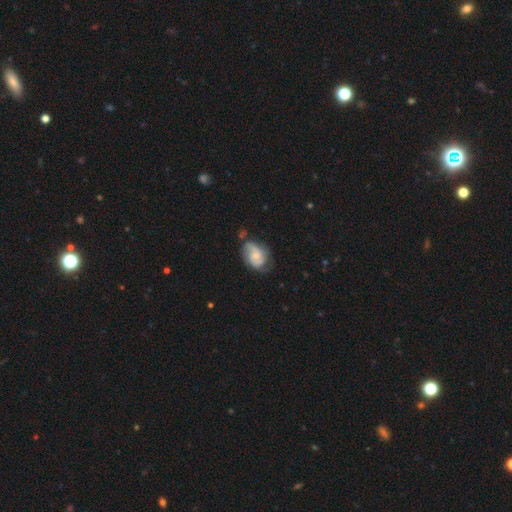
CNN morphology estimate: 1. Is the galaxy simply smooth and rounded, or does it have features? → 71% featured or disk, 23% smooth, 6% star or artifact.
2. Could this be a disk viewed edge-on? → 97% no, 3% yes.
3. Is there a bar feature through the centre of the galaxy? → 65% no, 30% weak, 5% strong.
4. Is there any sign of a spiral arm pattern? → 92% yes, 8% no.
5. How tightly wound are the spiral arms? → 46% medium, 29% tight, 25% loose.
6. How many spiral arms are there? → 60% 2, 15% can't tell, 14% 3, 6% 1, 2% 4, 2% more than 4.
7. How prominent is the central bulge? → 57% small, 32% moderate, 7% none, 2% large, 1% dominant.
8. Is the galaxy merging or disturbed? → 54% none, 28% minor disturbance, 14% major disturbance, 4% merger.